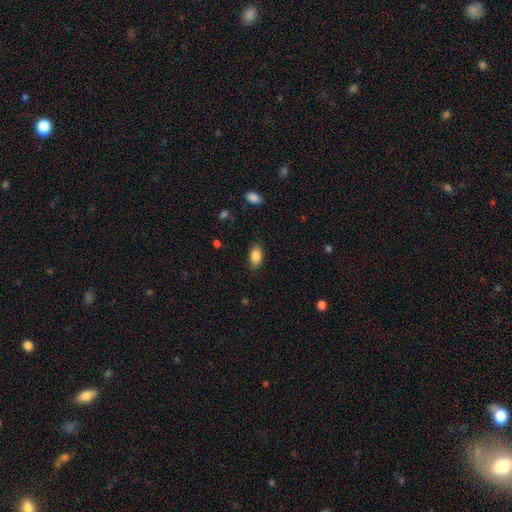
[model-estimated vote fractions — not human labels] A smooth galaxy with no disk features (87%) that is in between round and cigar-shaped (91%).

Vote fractions:
- Smooth or featured? smooth: 87% / star or artifact: 8% / featured or disk: 5%
- How rounded? in between: 91% / round: 6% / cigar-shaped: 3%
- Merging? none: 86% / minor disturbance: 11% / major disturbance: 3% / merger: 1%